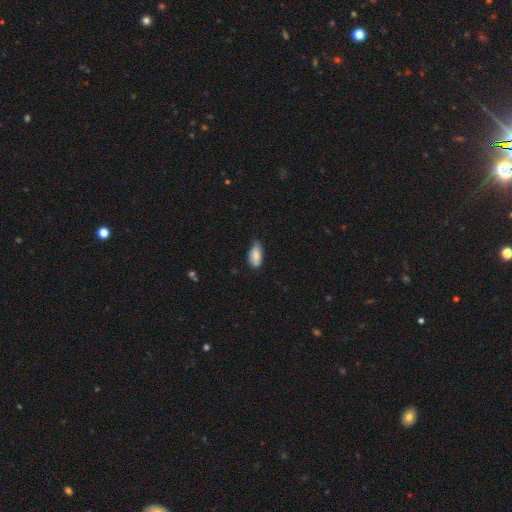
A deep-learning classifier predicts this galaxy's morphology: smooth 84%, featured or disk 9%, star or artifact 7%. Down the decision tree: how rounded — in between (90%); merging — none (60%).